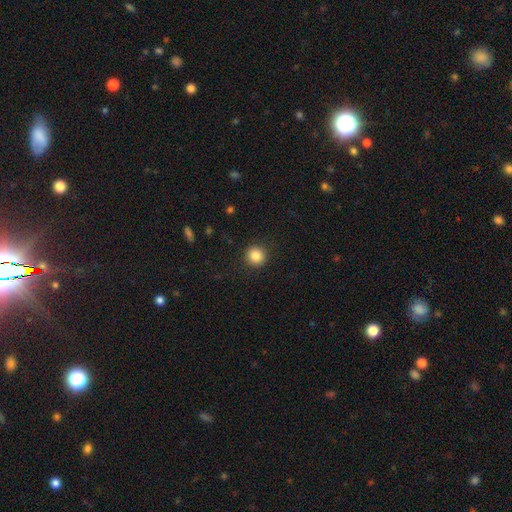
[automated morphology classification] smooth 84%, star or artifact 10%, featured or disk 5%. Down the decision tree: how rounded — round (94%); merging — none (92%).